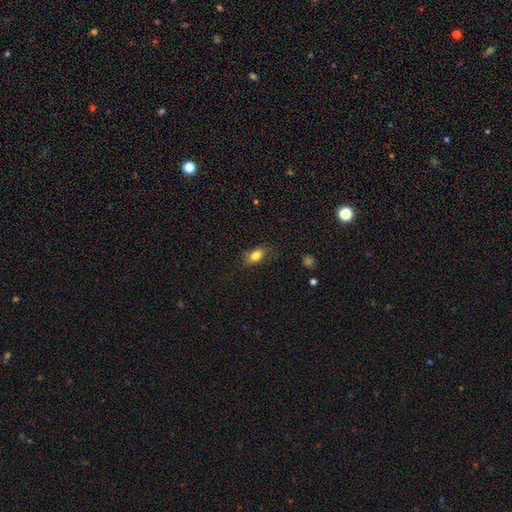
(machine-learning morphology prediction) smooth 82%, featured or disk 10%, star or artifact 9%. Down the decision tree: how rounded — in between (84%); merging — none (76%).